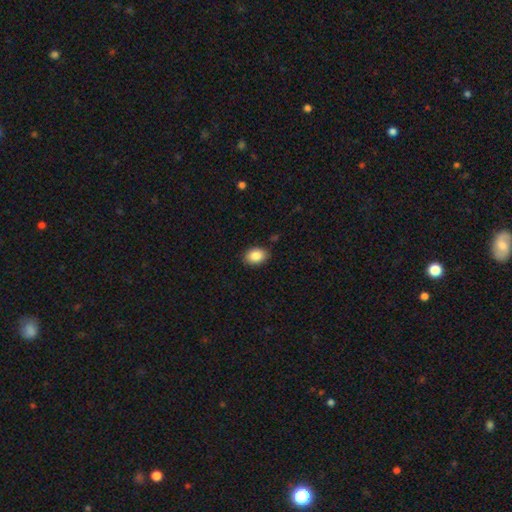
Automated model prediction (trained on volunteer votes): Smooth or featured? Predicted: smooth (p=0.87). How rounded? Predicted: in between (p=0.78). Merging? Predicted: none (p=0.86).